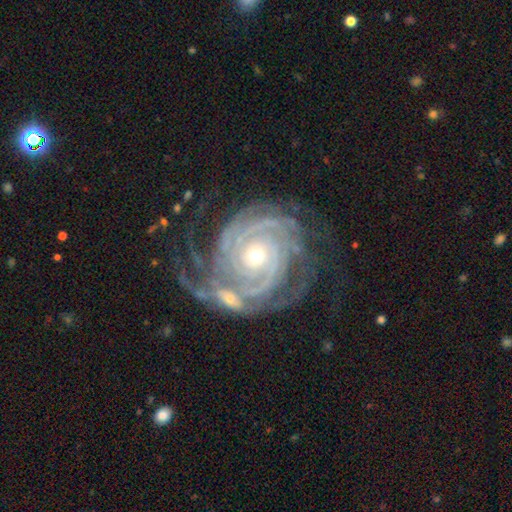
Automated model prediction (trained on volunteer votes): Smooth or featured? featured or disk (92%)
Edge-on disk? no (97%)
Bar? no (79%)
Spiral arms? yes (98%)
Spiral winding? tight (82%)
Spiral arm count? 3 (20%, tied with can't tell and 4)
Bulge size? small (57%)
Merging? none (43%)